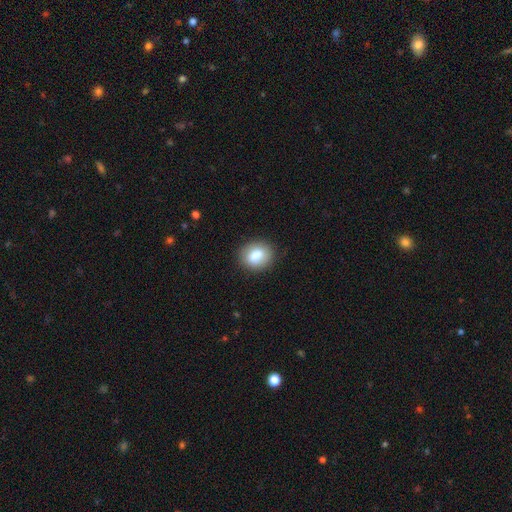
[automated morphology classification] Smooth or featured?
  - smooth: 79% *
  - featured or disk: 12%
  - star or artifact: 8%
How rounded?
  - round: 53% *
  - in between: 46%
  - cigar-shaped: 1%
Merging?
  - none: 87% *
  - minor disturbance: 9%
  - major disturbance: 3%
  - merger: 1%